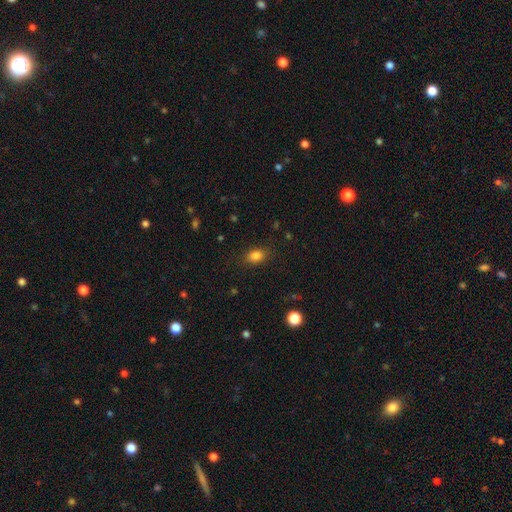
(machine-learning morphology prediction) Smooth or featured?
  - smooth: 83% *
  - star or artifact: 11%
  - featured or disk: 6%
How rounded?
  - in between: 73% *
  - round: 25%
  - cigar-shaped: 2%
Merging?
  - none: 84% *
  - minor disturbance: 11%
  - major disturbance: 4%
  - merger: 1%